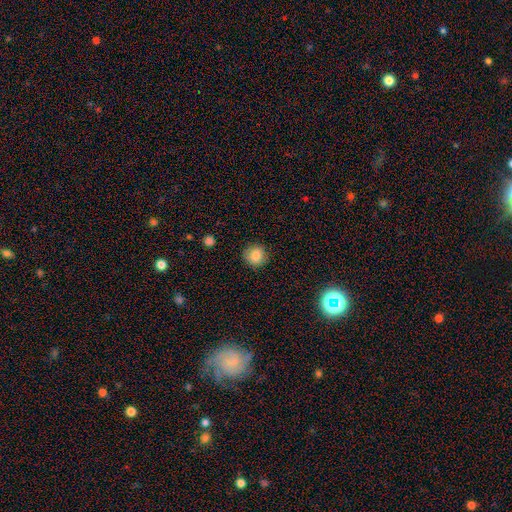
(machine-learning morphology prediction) This appears to be a smooth galaxy with no disk features (85%) that is round (91%). Merging: none (88%).